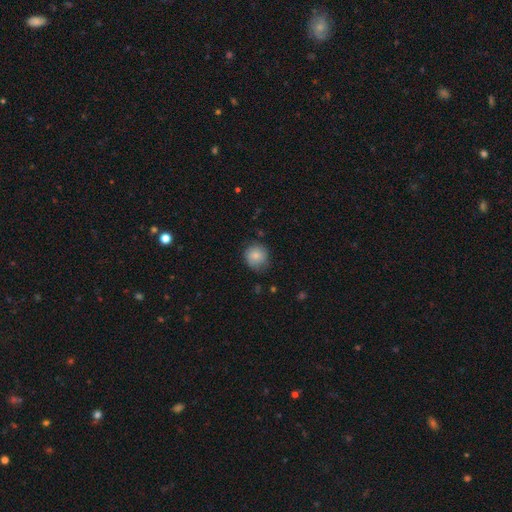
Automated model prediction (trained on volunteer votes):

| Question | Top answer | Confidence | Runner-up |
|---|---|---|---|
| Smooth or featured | smooth | 82% | featured or disk (9%) |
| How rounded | round | 86% | in between (13%) |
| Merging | none | 72% | minor disturbance (21%) |